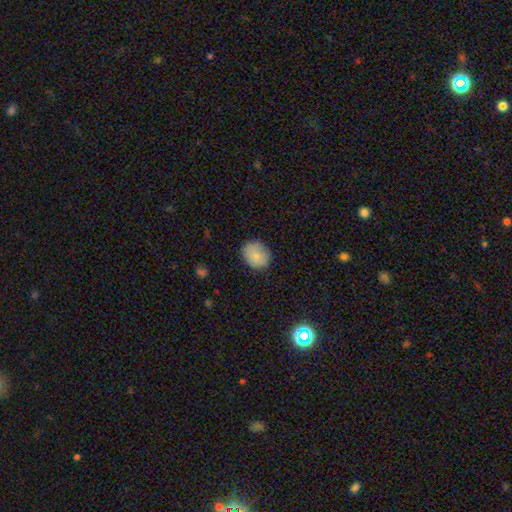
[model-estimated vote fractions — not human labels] Smooth or featured: smooth — 82% (featured or disk — 10%)
How rounded: round — 59% (in between — 40%)
Merging: none — 81% (minor disturbance — 15%)